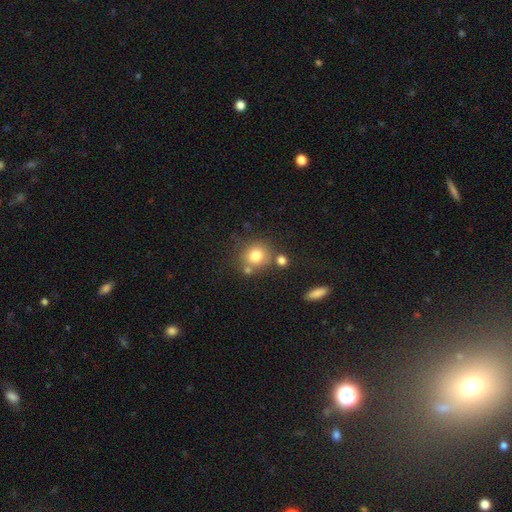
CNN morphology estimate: This appears to be a smooth galaxy with no disk features (78%) that is round (85%). Merging: none (66%).